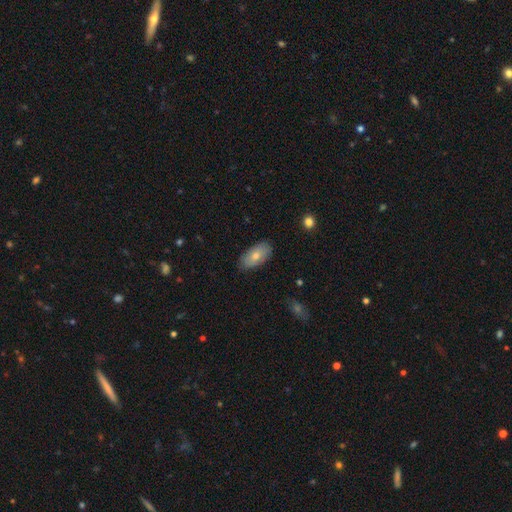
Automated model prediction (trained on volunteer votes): Smooth or featured? smooth (71%)
How rounded? in between (93%)
Merging? none (84%)